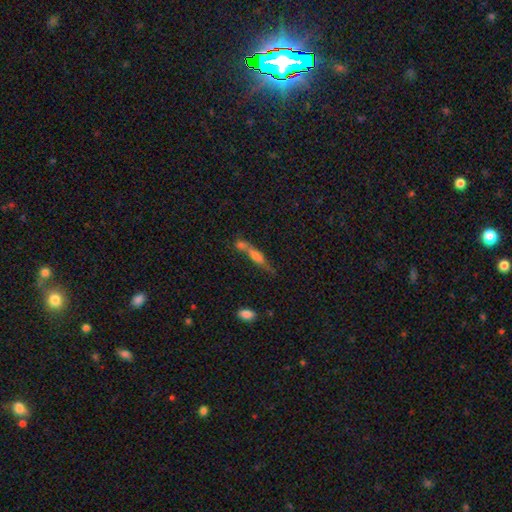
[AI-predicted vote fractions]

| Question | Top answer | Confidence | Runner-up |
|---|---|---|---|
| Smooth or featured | smooth | 48% | featured or disk (41%) |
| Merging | none | 39% | merger (38%) |